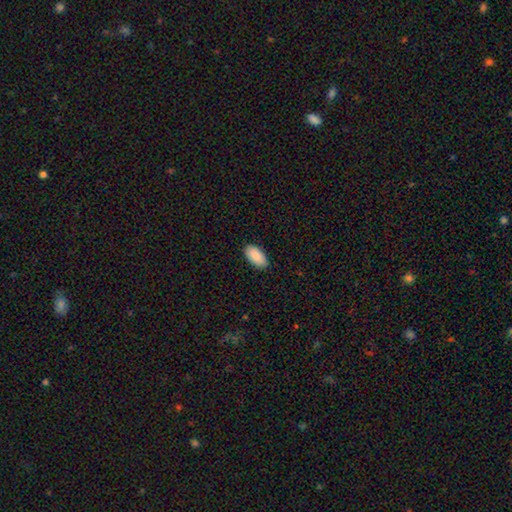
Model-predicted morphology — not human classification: This is clearly a smooth galaxy (90%). How rounded: clearly in between (95%). Merging: clearly none (89%).